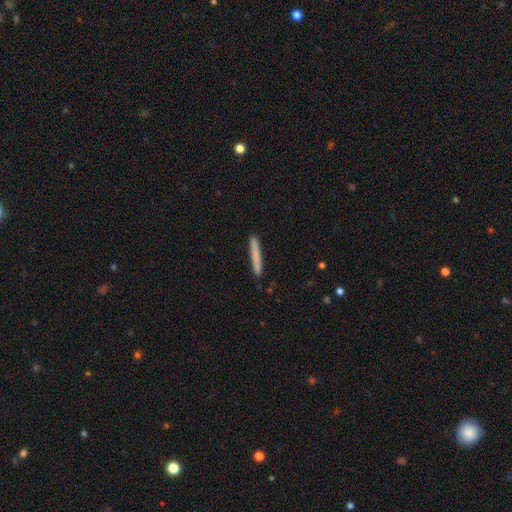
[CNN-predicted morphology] This is likely a smooth galaxy (77%). How rounded: clearly cigar-shaped (97%). Merging: clearly none (91%).